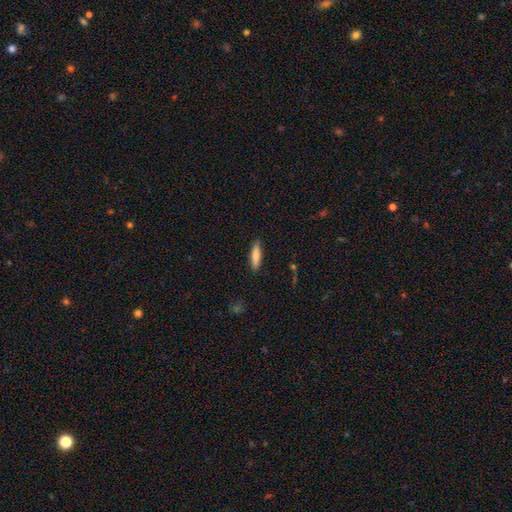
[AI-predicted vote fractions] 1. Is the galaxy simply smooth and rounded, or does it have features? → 80% smooth, 13% featured or disk, 6% star or artifact.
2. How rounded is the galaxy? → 71% cigar-shaped, 28% in between, 2% round.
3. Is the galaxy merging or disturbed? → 86% none, 11% minor disturbance, 2% major disturbance, 1% merger.